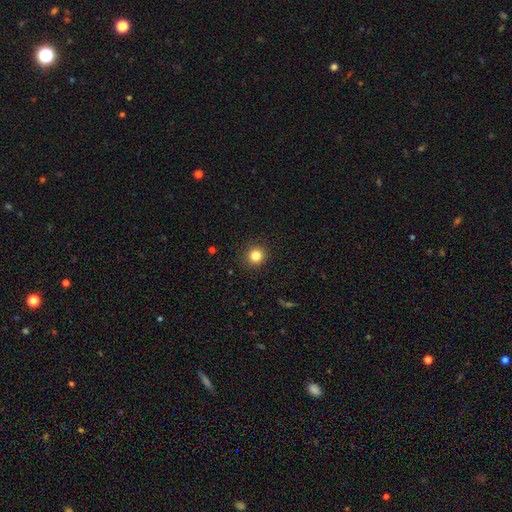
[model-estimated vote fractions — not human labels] Morphology: type=smooth (82%); roundness=round (92%); merging=none (91%).